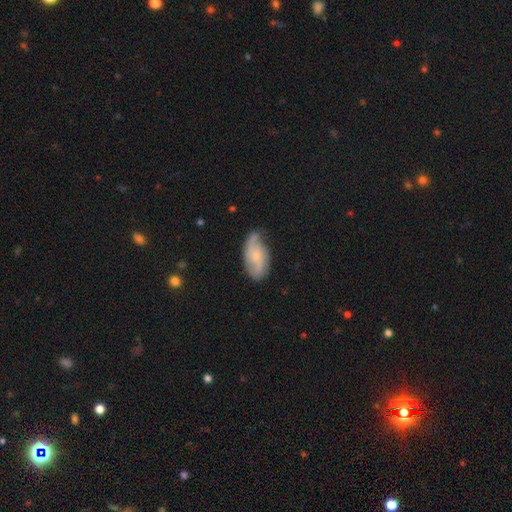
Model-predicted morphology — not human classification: The model was most divided on "spiral winding": medium: 42%, loose: 34%, tight: 24%. More confident: edge-on disk — no (95%); spiral arms — yes (90%); spiral arm count — 2 (65%); smooth or featured — featured or disk (62%); bar — no (61%); merging — none (60%); bulge size — small (58%).